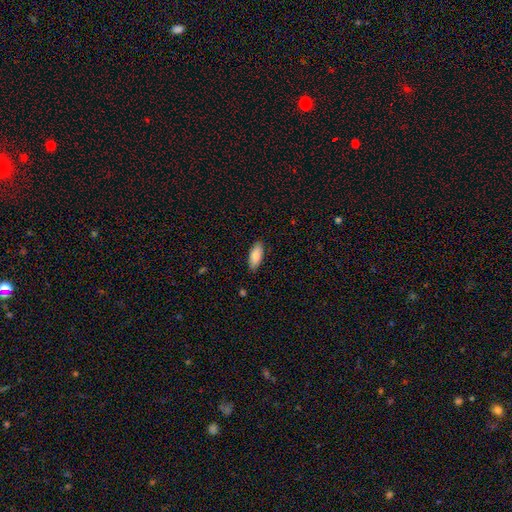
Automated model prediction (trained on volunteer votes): Smooth or featured?
  - smooth: 85% *
  - featured or disk: 9%
  - star or artifact: 6%
How rounded?
  - in between: 83% *
  - cigar-shaped: 15%
  - round: 2%
Merging?
  - none: 87% *
  - minor disturbance: 10%
  - major disturbance: 2%
  - merger: 1%